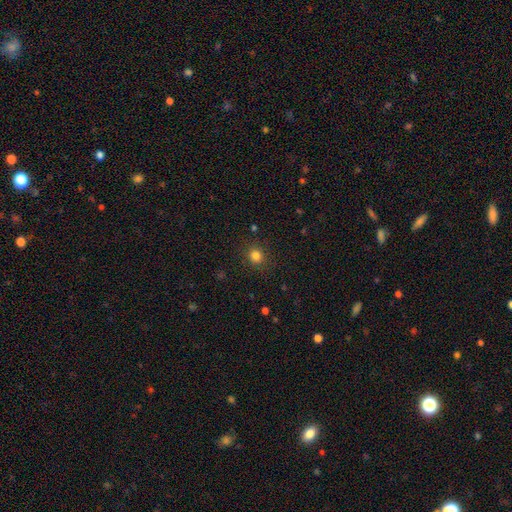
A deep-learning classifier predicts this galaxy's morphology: This is clearly a smooth galaxy (82%). How rounded: clearly round (83%). Merging: clearly none (87%).